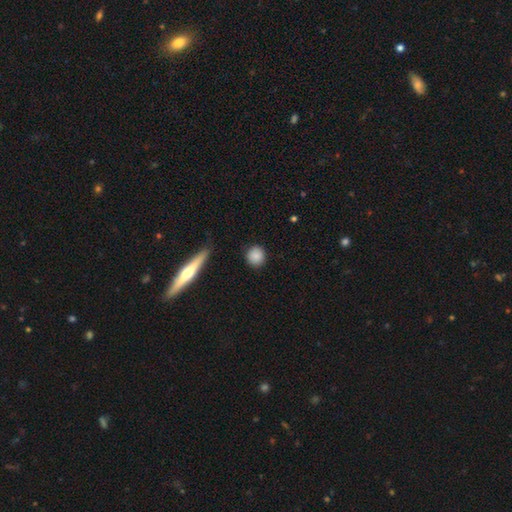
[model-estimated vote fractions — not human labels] Smooth or featured: smooth — 87% (star or artifact — 8%)
How rounded: round — 89% (in between — 8%)
Merging: none — 88% (minor disturbance — 8%)